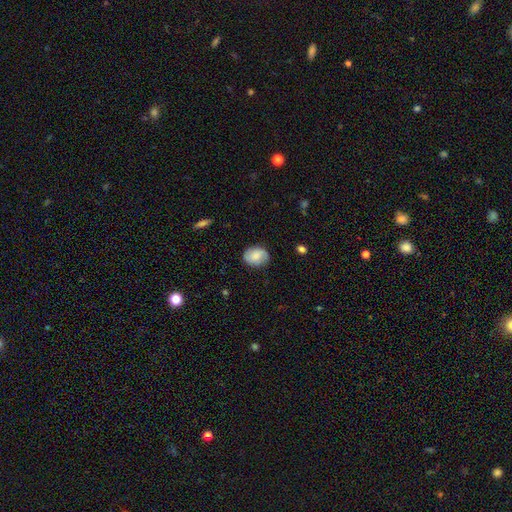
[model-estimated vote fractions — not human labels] Q: Smooth or featured?
A: smooth (63%); runner-up: featured or disk (28%)
Q: How rounded?
A: in between (51%); runner-up: round (48%)
Q: Merging?
A: none (80%); runner-up: minor disturbance (15%)